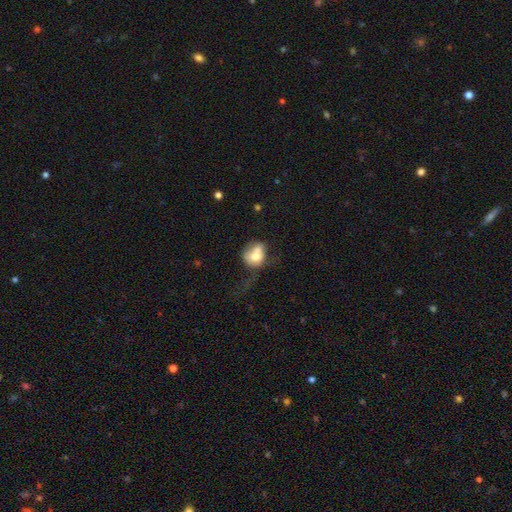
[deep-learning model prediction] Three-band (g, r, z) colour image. It shows a smooth galaxy with no disk features (64%) that is round (55%). Merging: merger (33%).